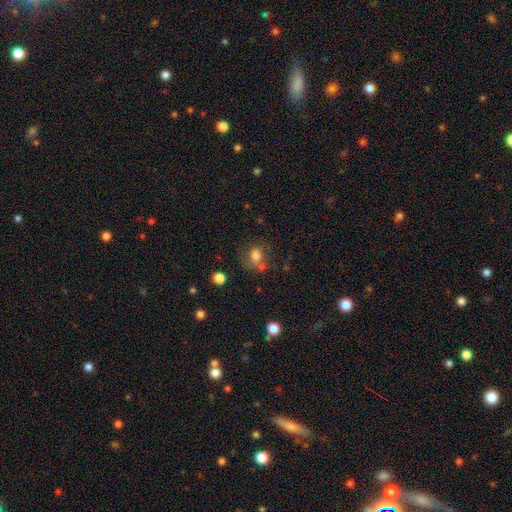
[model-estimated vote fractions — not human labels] A smooth galaxy with no disk features (75%) that is round (64%). Merging: none (53%).